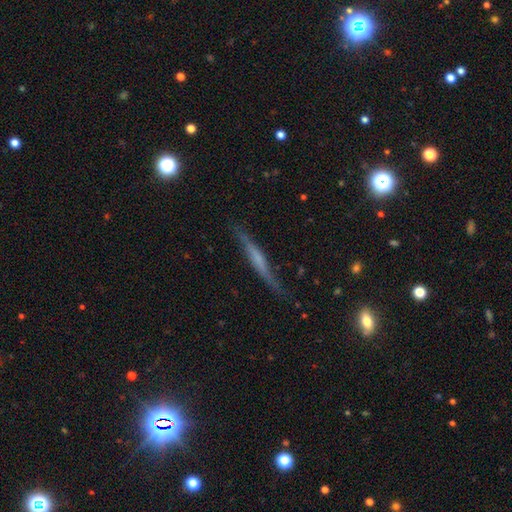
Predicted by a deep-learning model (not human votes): Q: Smooth or featured?
A: featured or disk (59%); runner-up: smooth (32%)
Q: Edge-on disk?
A: yes (90%); runner-up: no (10%)
Q: Edge-on bulge?
A: none (58%); runner-up: rounded (25%)
Q: Merging?
A: none (75%); runner-up: minor disturbance (18%)